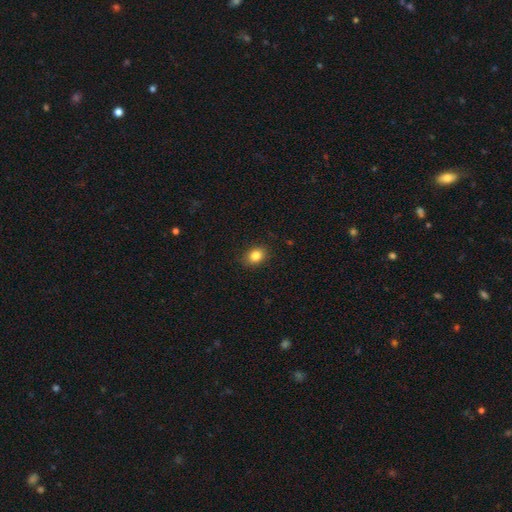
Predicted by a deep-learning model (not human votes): A smooth galaxy with no disk features (83%) that is in between round and cigar-shaped (56%).

Vote fractions:
- Smooth or featured? smooth: 83% / star or artifact: 11% / featured or disk: 7%
- How rounded? in between: 56% / round: 43% / cigar-shaped: 1%
- Merging? none: 86% / minor disturbance: 10% / major disturbance: 2% / merger: 1%